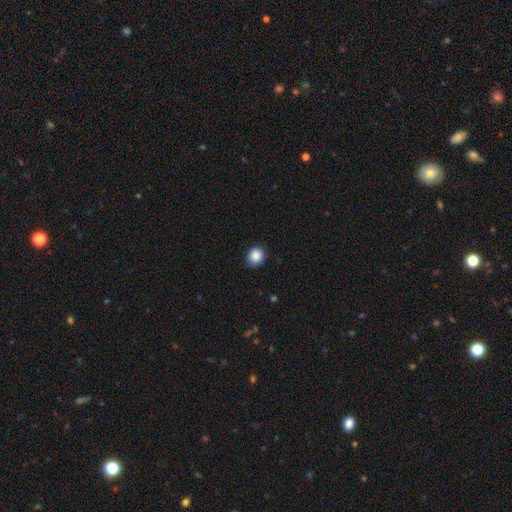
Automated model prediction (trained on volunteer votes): smooth 87%, star or artifact 9%, featured or disk 4%. Down the decision tree: how rounded — round (81%); merging — none (86%).